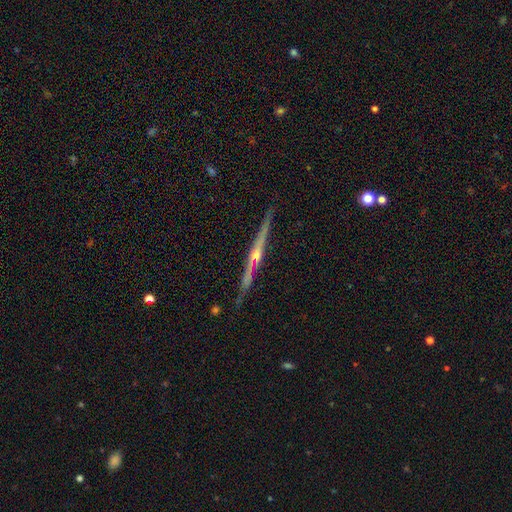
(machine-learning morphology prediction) Overall: featured or disk (88%). Edge-on disk: yes (98%). Edge-on bulge: rounded (91%). Merging: none (90%).